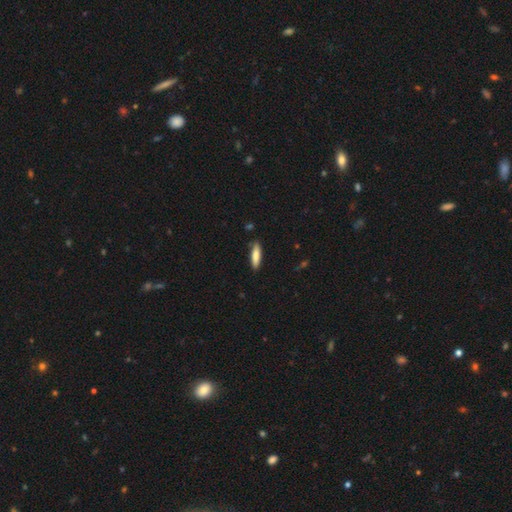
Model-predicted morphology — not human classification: This is likely a smooth galaxy (80%). How rounded: likely cigar-shaped (71%). Merging: clearly none (84%).